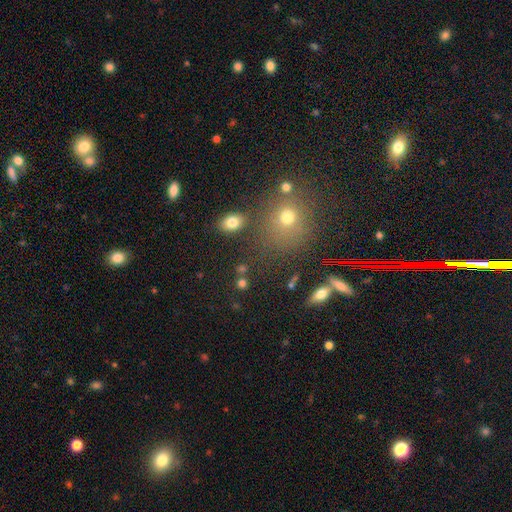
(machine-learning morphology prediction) Smooth or featured: star or artifact — 47% (smooth — 43%)